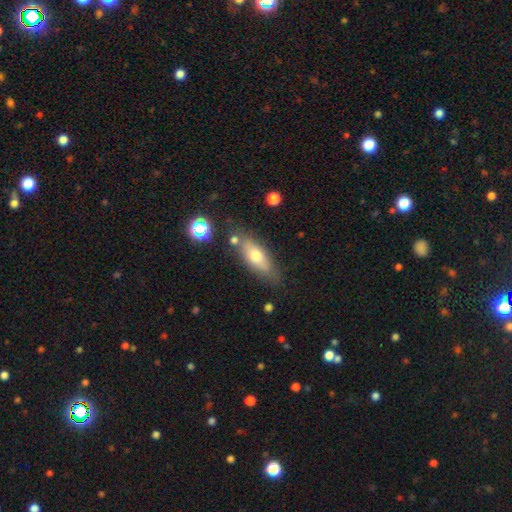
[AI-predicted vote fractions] Smooth or featured?
  - smooth: 62% *
  - featured or disk: 30%
  - star or artifact: 8%
How rounded?
  - in between: 60% *
  - cigar-shaped: 37%
  - round: 4%
Merging?
  - none: 72% *
  - minor disturbance: 16%
  - merger: 8%
  - major disturbance: 4%